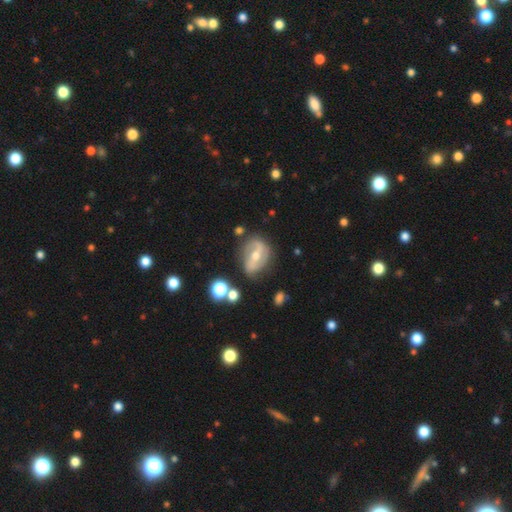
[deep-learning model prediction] The model was most divided on "spiral winding": medium: 40%, loose: 38%, tight: 22%. Remaining: edge-on disk — no (94%); spiral arm count — 2 (80%); spiral arms — yes (79%); smooth or featured — featured or disk (75%); merging — none (67%); bulge size — moderate (64%); bar — strong (48%).